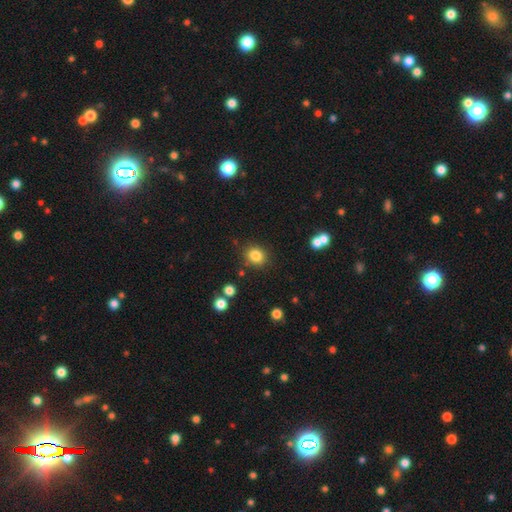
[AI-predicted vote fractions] smooth-or-featured: smooth: 83% | star or artifact: 11% | featured or disk: 6%
  how-rounded: round: 78% | in between: 21% | cigar-shaped: 1%
  merging: none: 84% | minor disturbance: 9% | merger: 4% | major disturbance: 3%